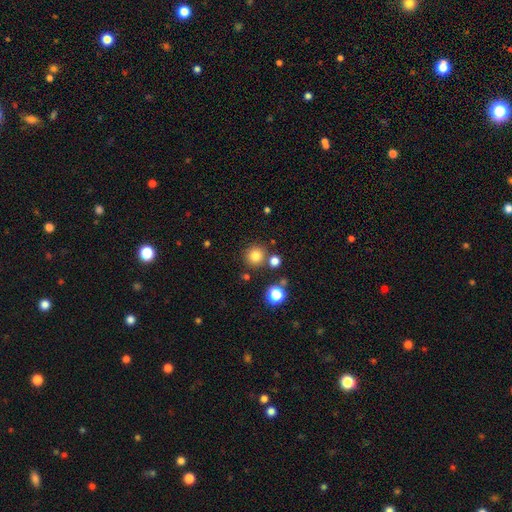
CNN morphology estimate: smooth 80%, star or artifact 14%, featured or disk 6%. Down the decision tree: how rounded — round (93%); merging — none (81%).